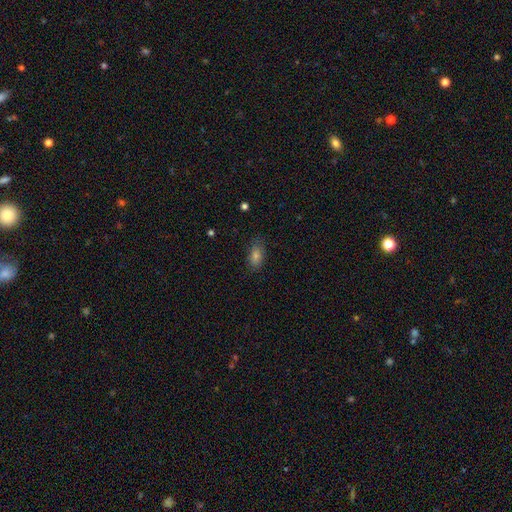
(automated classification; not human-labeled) Morphology: type=smooth (73%); roundness=in between (86%); merging=none (80%).